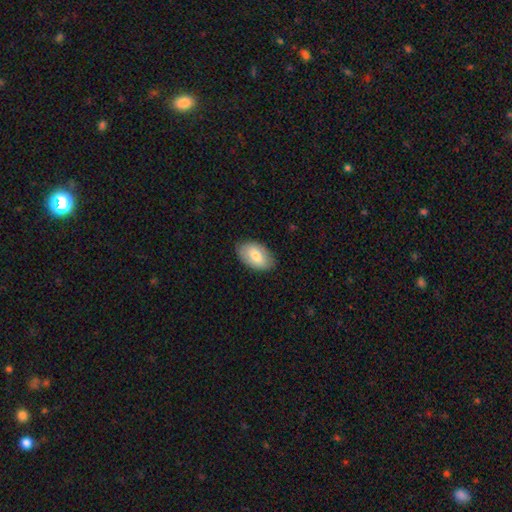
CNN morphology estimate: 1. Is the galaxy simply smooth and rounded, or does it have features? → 74% smooth, 21% featured or disk, 6% star or artifact.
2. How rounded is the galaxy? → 93% in between, 5% round, 2% cigar-shaped.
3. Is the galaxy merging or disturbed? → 83% none, 13% minor disturbance, 3% major disturbance, 1% merger.